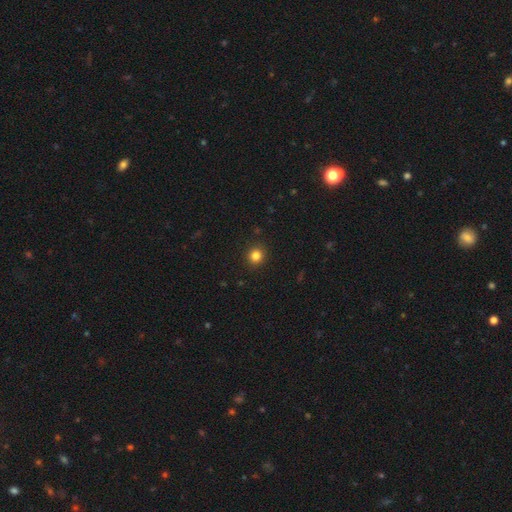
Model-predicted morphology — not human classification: This is clearly a smooth galaxy (83%). How rounded: clearly round (89%). Merging: clearly none (91%).